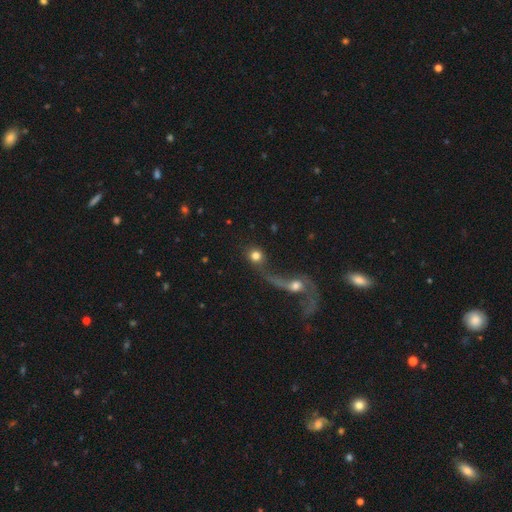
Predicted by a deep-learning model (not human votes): Morphology: type=smooth (78%); roundness=round (87%); merging=merger (40%).